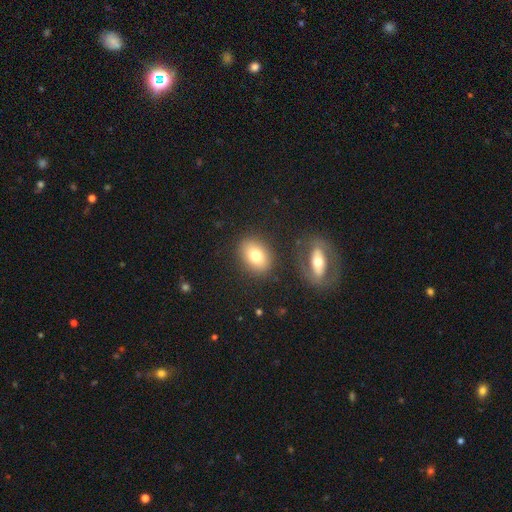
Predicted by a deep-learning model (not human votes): Overall: smooth (77%). How rounded: in between (70%). Merging: none (82%).